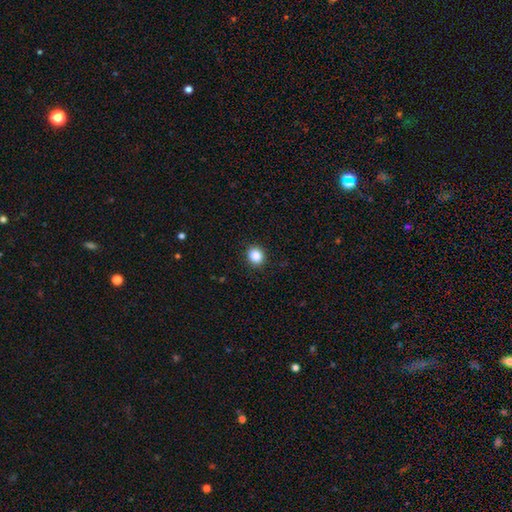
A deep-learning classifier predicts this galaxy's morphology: Overall: smooth (86%). How rounded: round (75%). Merging: none (91%).